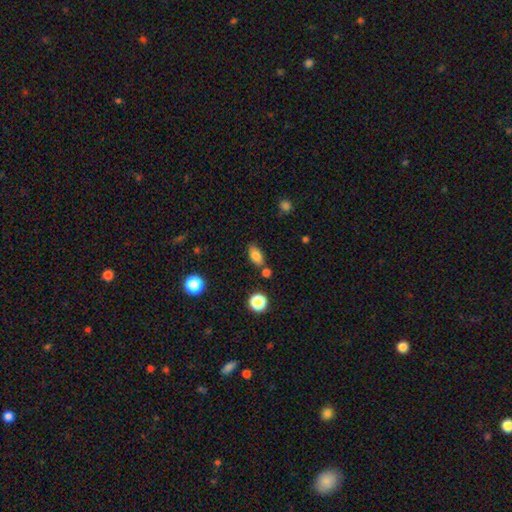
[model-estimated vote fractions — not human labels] Smooth or featured? Predicted: smooth (p=0.81). How rounded? Predicted: in between (p=0.85). Merging? Predicted: none (p=0.74).